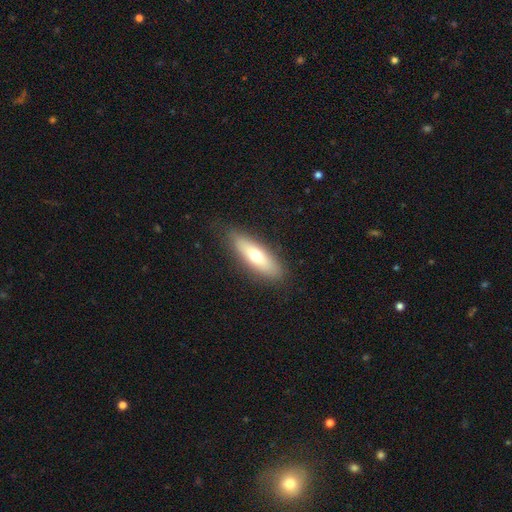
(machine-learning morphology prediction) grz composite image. It shows a smooth galaxy with no disk features (62%) that is cigar-shaped (51%). Merging: none (85%).